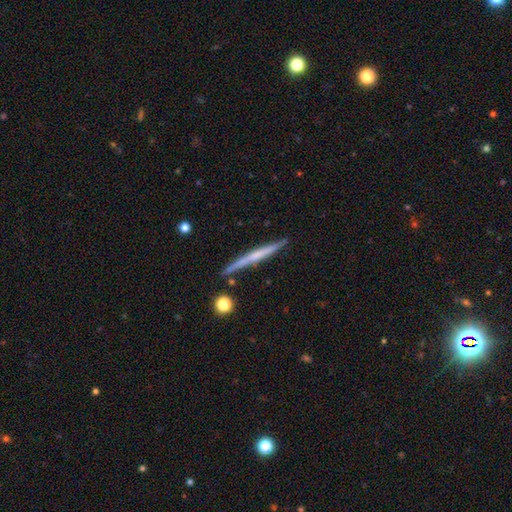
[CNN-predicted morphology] Smooth or featured: featured or disk — 57% (smooth — 37%)
Edge-on disk: yes — 97% (no — 3%)
Edge-on bulge: none — 70% (rounded — 22%)
Merging: none — 88% (minor disturbance — 8%)